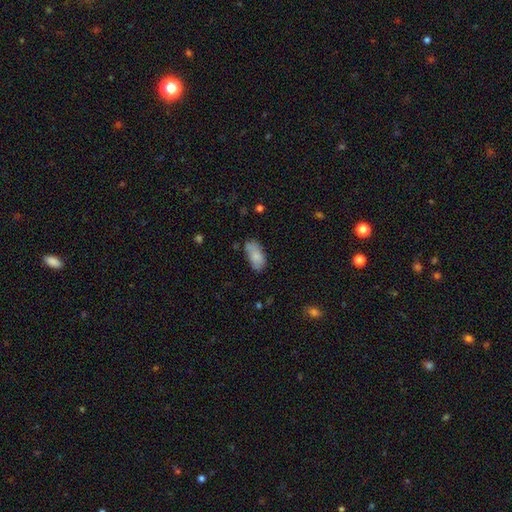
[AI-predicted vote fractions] Q: Smooth or featured?
A: smooth (81%); runner-up: featured or disk (12%)
Q: How rounded?
A: in between (92%); runner-up: cigar-shaped (5%)
Q: Merging?
A: none (57%); runner-up: minor disturbance (28%)